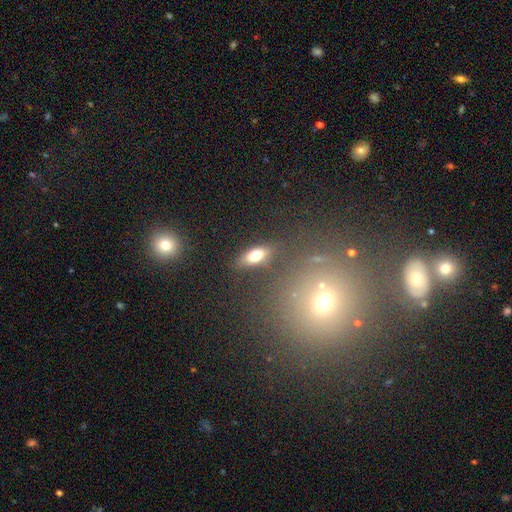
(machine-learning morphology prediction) A smooth galaxy with no disk features (73%) that is in between round and cigar-shaped (77%).

Vote fractions:
- Smooth or featured? smooth: 73% / featured or disk: 16% / star or artifact: 11%
- How rounded? in between: 77% / cigar-shaped: 17% / round: 6%
- Merging? none: 79% / minor disturbance: 13% / major disturbance: 4% / merger: 4%